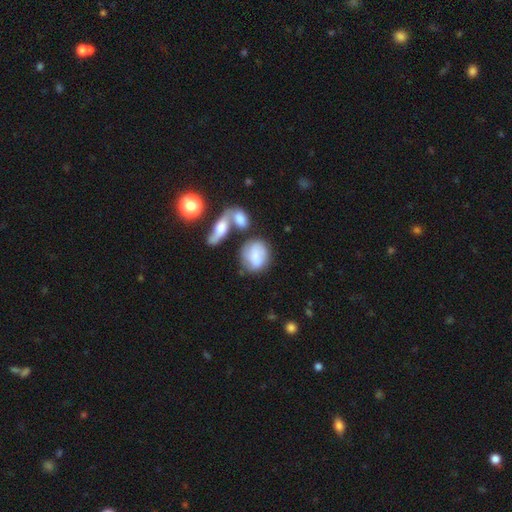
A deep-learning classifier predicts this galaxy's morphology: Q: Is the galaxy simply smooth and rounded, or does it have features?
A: smooth — 63%.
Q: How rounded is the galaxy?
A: in between — 55%.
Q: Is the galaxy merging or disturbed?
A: none — 44%.